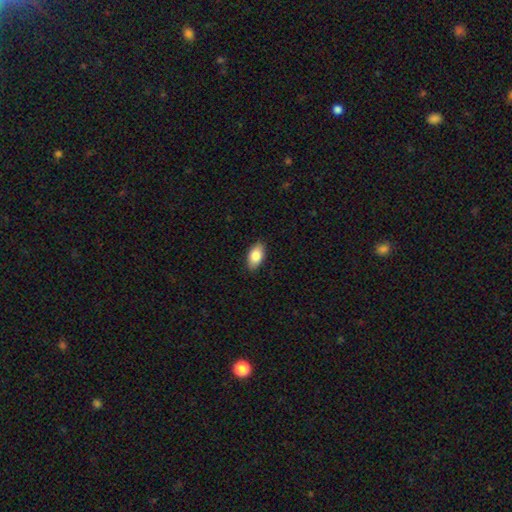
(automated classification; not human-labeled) This appears to be a smooth galaxy with no disk features (85%) that is in between round and cigar-shaped (93%). Merging: none (88%).